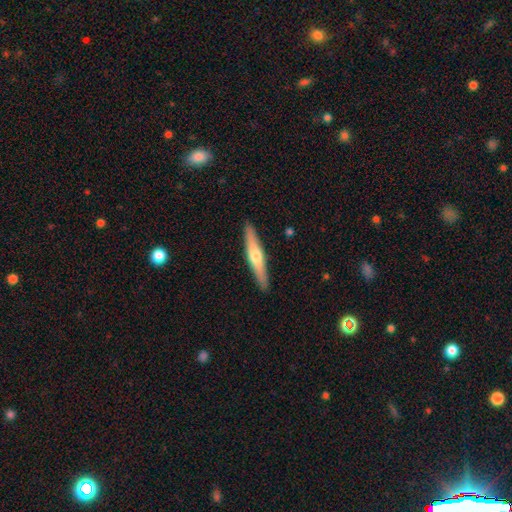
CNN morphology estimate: featured or disk 56%, smooth 39%, star or artifact 5%. Down the decision tree: edge-on disk — yes (96%); edge-on bulge — rounded (88%); merging — none (91%).